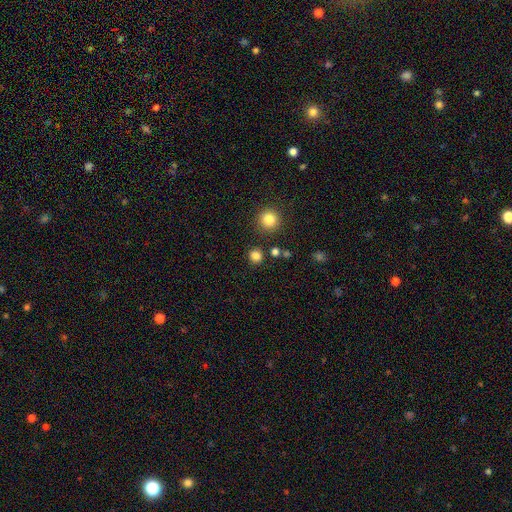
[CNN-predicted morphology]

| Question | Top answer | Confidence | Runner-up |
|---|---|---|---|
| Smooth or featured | smooth | 82% | star or artifact (15%) |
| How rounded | round | 90% | in between (9%) |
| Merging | none | 86% | minor disturbance (6%) |